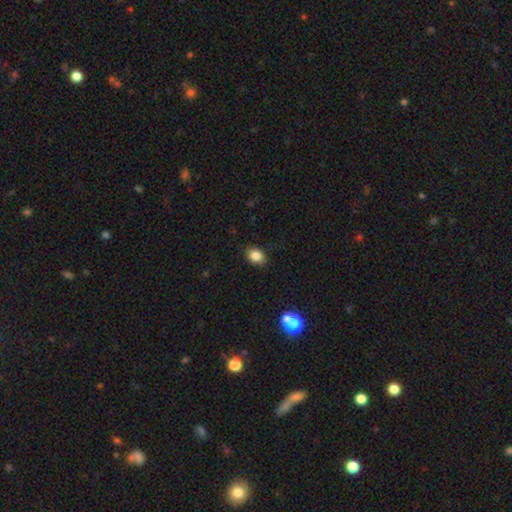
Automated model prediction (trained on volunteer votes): Smooth or featured: smooth — 84% (star or artifact — 10%)
How rounded: in between — 66% (round — 33%)
Merging: none — 87% (minor disturbance — 9%)